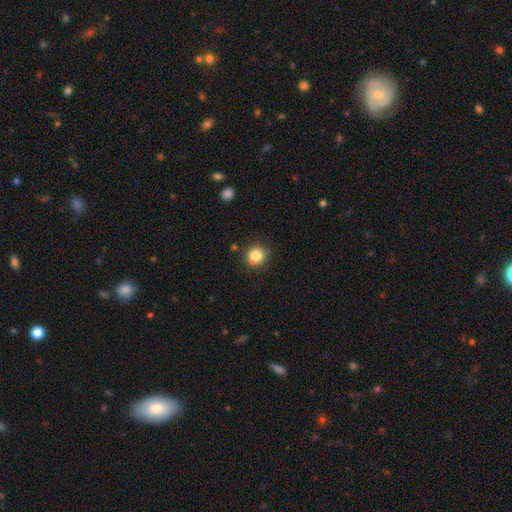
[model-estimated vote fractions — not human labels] Smooth or featured? Predicted: smooth (p=0.82). How rounded? Predicted: round (p=0.87). Merging? Predicted: none (p=0.79).